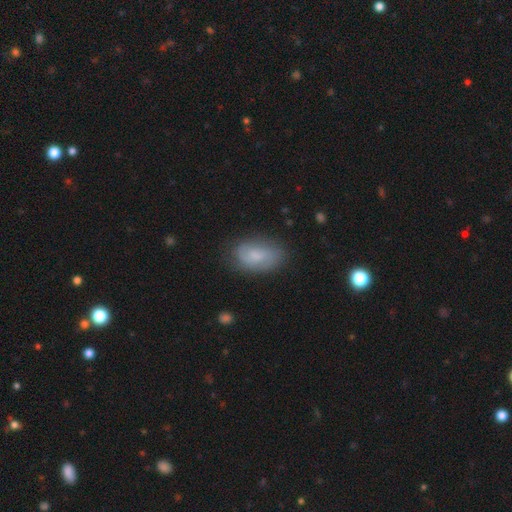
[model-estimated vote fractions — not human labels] A smooth galaxy with no disk features (56%) that is in between round and cigar-shaped (90%). Merging: none (70%).